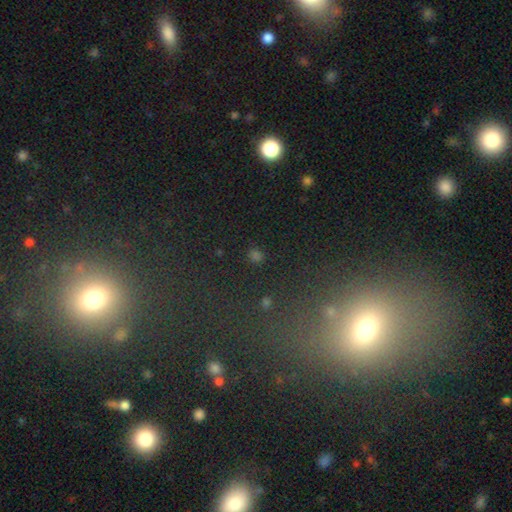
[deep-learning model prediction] Smooth or featured? Predicted: smooth (p=0.59). How rounded? Predicted: round (p=0.85). Merging? Predicted: none (p=0.88).